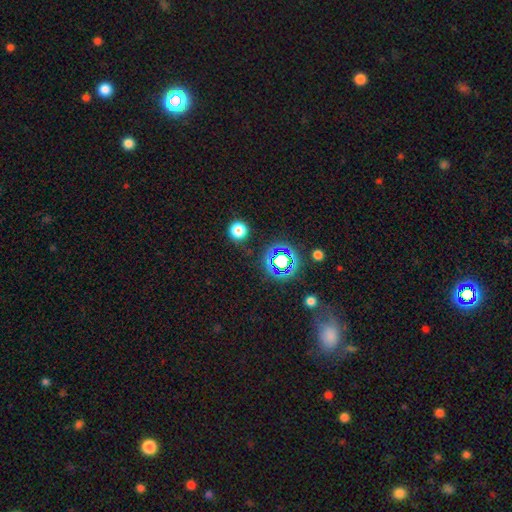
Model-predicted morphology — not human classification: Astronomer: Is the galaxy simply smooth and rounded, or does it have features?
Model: star or artifact — 71%.